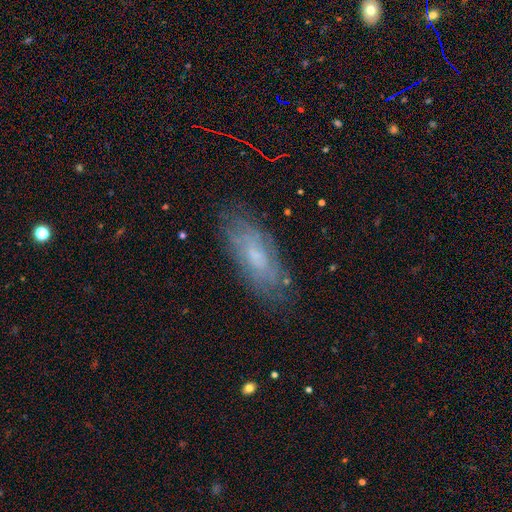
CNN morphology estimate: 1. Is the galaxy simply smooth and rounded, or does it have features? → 49% featured or disk, 41% smooth, 10% star or artifact.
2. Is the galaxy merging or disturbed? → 78% none, 16% minor disturbance, 5% major disturbance, 1% merger.